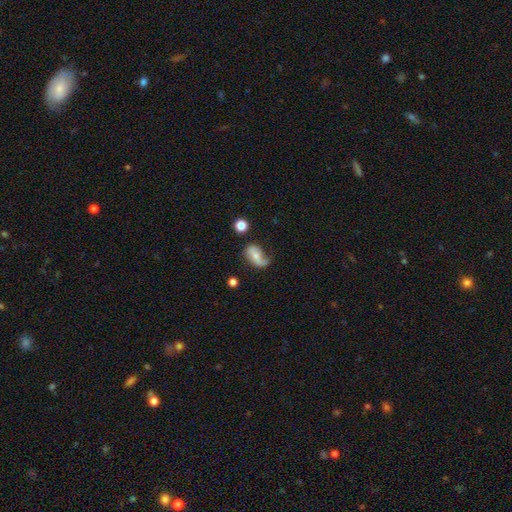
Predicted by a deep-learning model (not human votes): smooth_or_featured: featured or disk (p=0.49) [alt: smooth p=0.43]
merging: none (p=0.39) [alt: minor disturbance p=0.33]